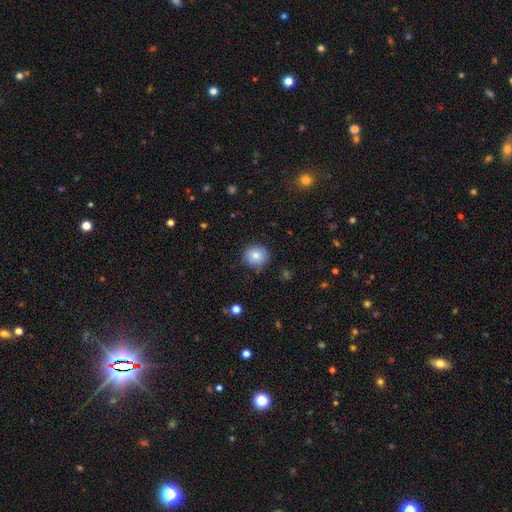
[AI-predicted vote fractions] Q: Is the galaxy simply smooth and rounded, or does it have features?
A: smooth — 80%.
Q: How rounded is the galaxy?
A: round — 90%.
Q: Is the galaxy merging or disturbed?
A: none — 82%.